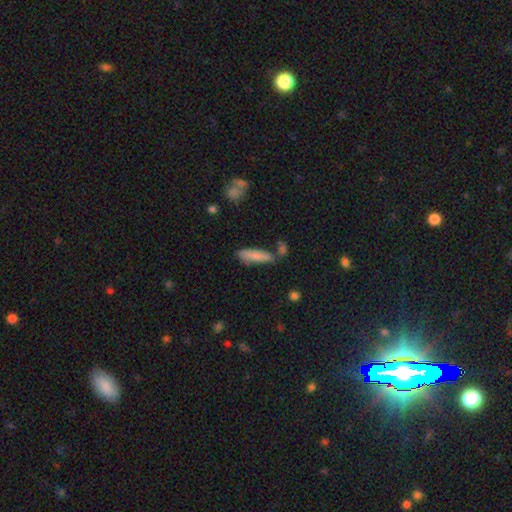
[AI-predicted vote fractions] Smooth or featured? smooth (79%)
How rounded? cigar-shaped (67%)
Merging? none (71%)